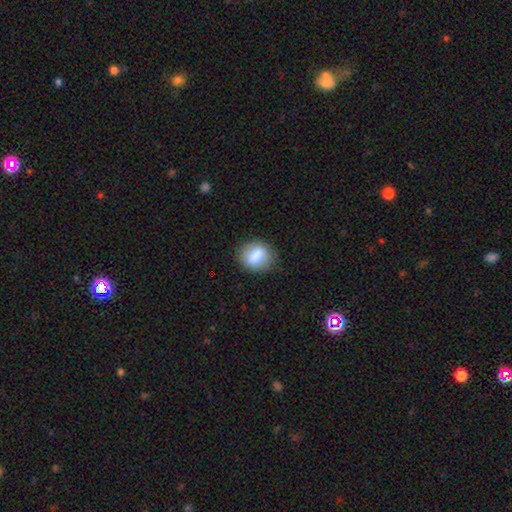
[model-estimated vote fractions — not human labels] smooth-or-featured: smooth: 76% | featured or disk: 16% | star or artifact: 8%
  how-rounded: round: 54% | in between: 44% | cigar-shaped: 3%
  merging: none: 80% | minor disturbance: 14% | major disturbance: 4% | merger: 2%